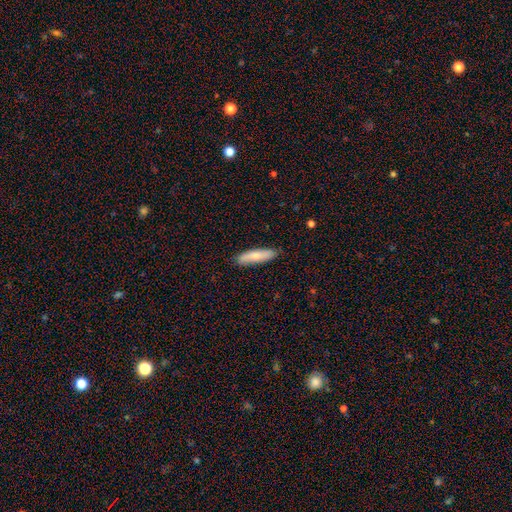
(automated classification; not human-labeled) This appears to be a smooth galaxy with no disk features (73%) that is cigar-shaped (76%). Merging: none (86%).